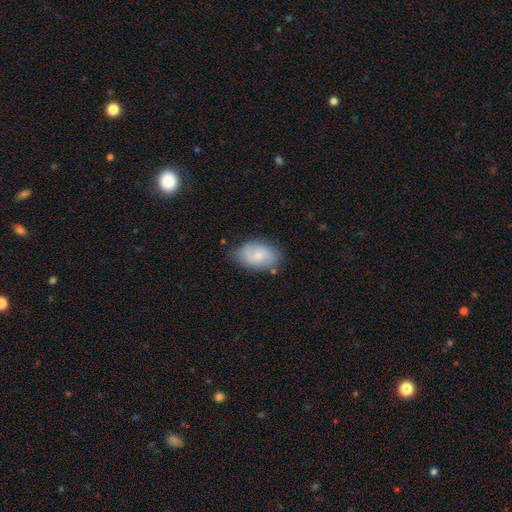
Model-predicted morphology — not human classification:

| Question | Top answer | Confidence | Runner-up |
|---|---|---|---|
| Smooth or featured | smooth | 56% | featured or disk (37%) |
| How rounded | in between | 88% | round (10%) |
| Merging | none | 72% | minor disturbance (21%) |